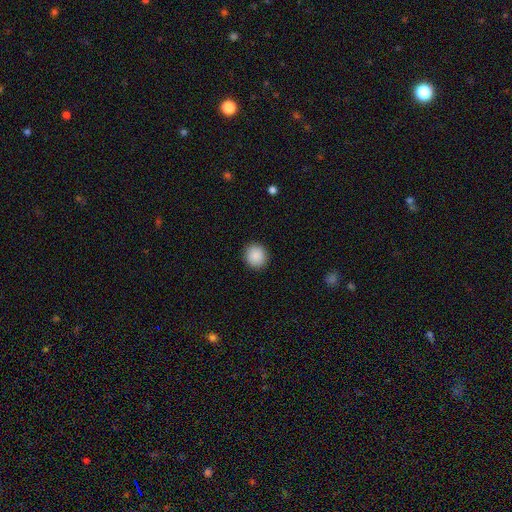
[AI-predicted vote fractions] The model was most divided on "smooth or featured": smooth: 89%, star or artifact: 8%, featured or disk: 3%. More confident: merging — none (92%); how rounded — round (91%).